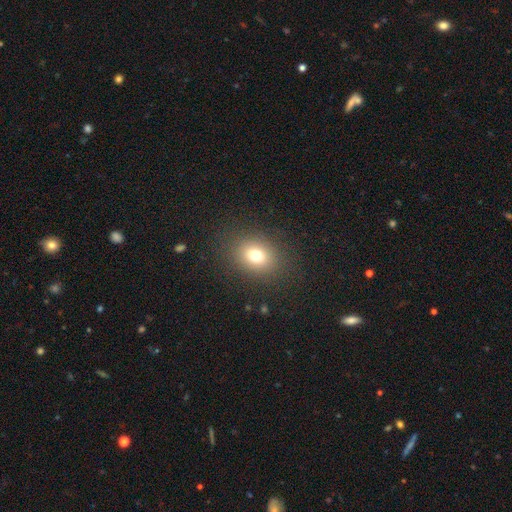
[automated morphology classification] smooth 75%, star or artifact 15%, featured or disk 11%. Down the decision tree: how rounded — in between (51%); merging — none (86%).